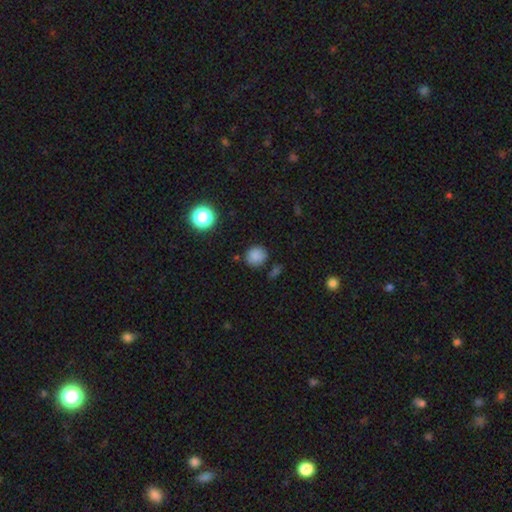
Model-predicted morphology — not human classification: A smooth galaxy with no disk features (83%) that is round (84%). Merging: none (79%).